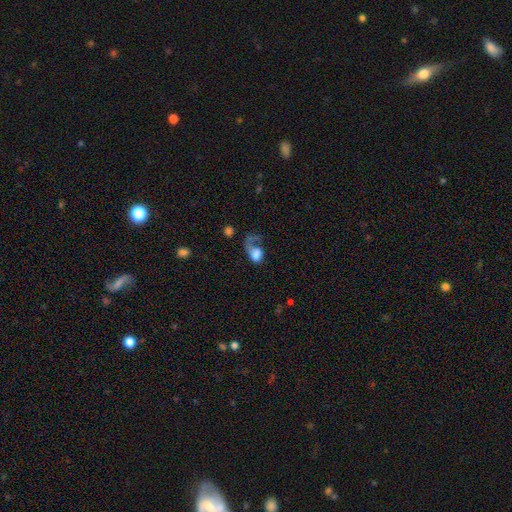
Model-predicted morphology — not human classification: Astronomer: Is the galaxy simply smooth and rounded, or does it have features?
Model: smooth — 53% (runner-up: featured or disk, 38%).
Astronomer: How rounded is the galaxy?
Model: in between — 70%.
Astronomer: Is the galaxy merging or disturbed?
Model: major disturbance — 57%.